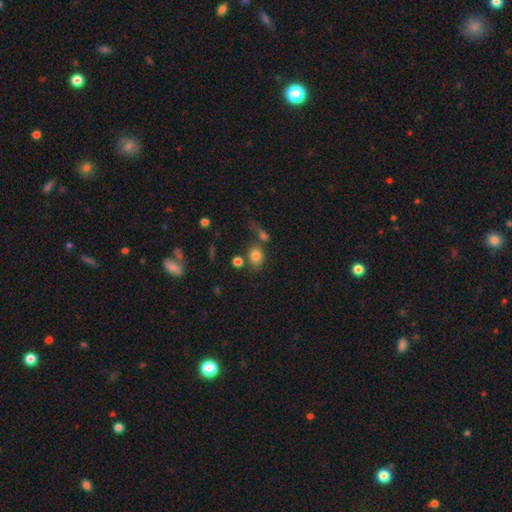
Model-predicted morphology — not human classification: Smooth or featured? Predicted: smooth (p=0.80). How rounded? Predicted: round (p=0.54). Merging? Predicted: none (p=0.55).